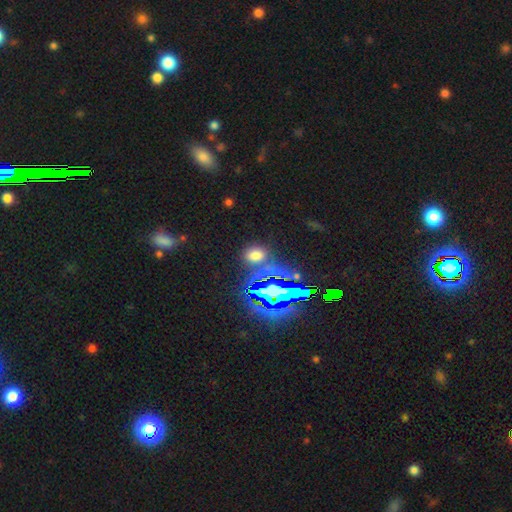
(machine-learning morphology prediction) type=smooth (55%); roundness=in between (56%); merging=none (78%).